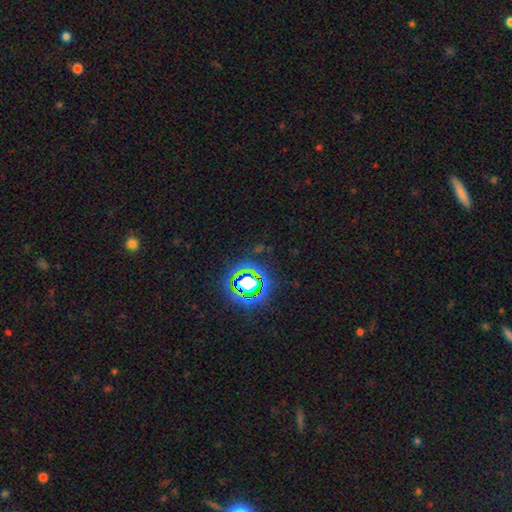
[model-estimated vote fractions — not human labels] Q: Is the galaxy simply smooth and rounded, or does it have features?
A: star or artifact — 77%.